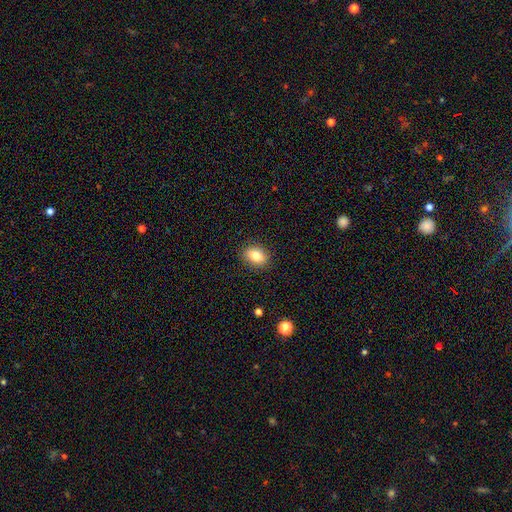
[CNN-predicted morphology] Smooth or featured? Predicted: smooth (p=0.79). How rounded? Predicted: in between (p=0.70). Merging? Predicted: none (p=0.88).